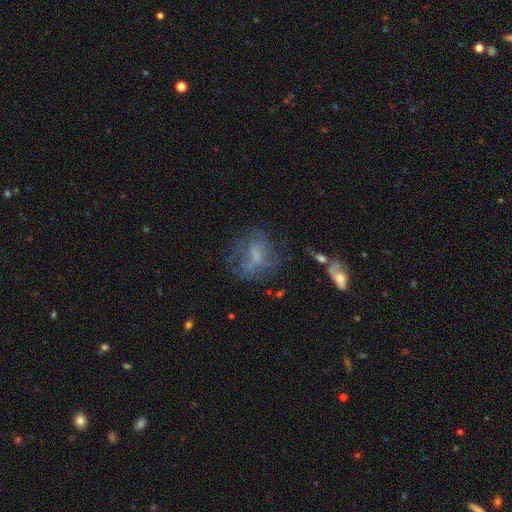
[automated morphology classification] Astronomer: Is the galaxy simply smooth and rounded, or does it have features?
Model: featured or disk — 48% (runner-up: smooth, 37%).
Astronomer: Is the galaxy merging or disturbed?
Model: none — 50%.